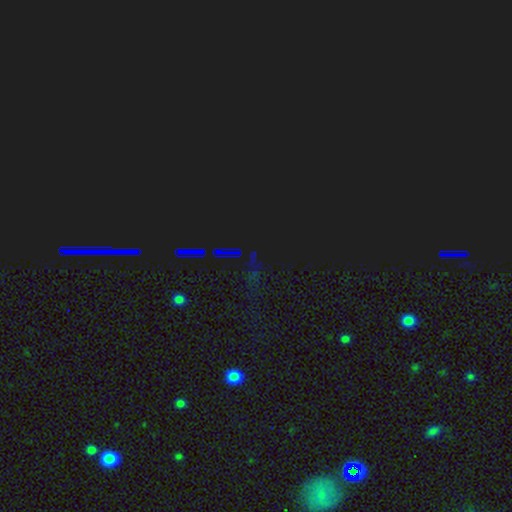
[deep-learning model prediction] This is clearly a star or artifact rather than a galaxy (82%).